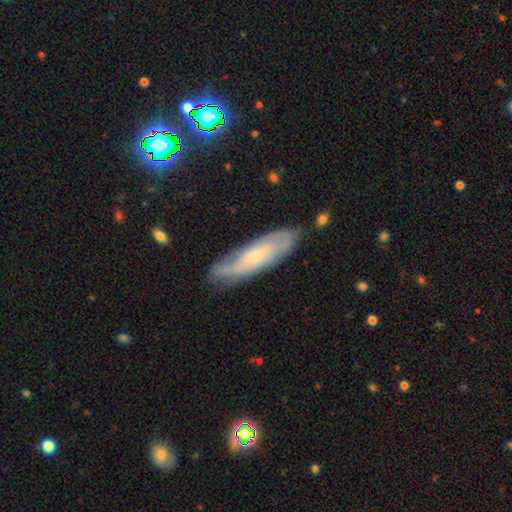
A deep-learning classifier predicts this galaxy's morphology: This appears to be a featured or disk galaxy (60%). Merging: none (72%).